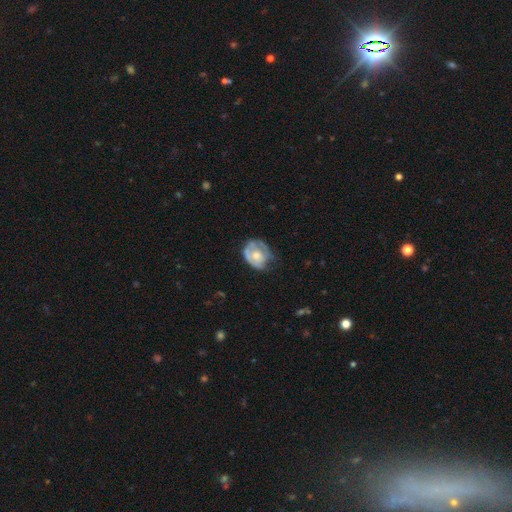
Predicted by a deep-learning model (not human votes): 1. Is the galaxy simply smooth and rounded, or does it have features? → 56% featured or disk, 38% smooth, 6% star or artifact.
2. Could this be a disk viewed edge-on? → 97% no, 3% yes.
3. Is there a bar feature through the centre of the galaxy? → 84% no, 14% weak, 2% strong.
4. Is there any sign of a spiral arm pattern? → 51% no, 49% yes.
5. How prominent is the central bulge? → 57% moderate, 27% small, 10% large, 5% none, 1% dominant.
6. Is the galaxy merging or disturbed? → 45% none, 33% minor disturbance, 20% major disturbance, 2% merger.